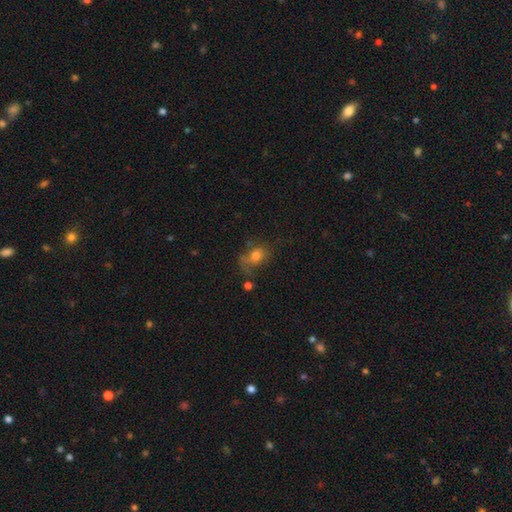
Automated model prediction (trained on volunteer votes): Smooth or featured? Predicted: smooth (p=0.70). How rounded? Predicted: in between (p=0.63). Merging? Predicted: none (p=0.44).